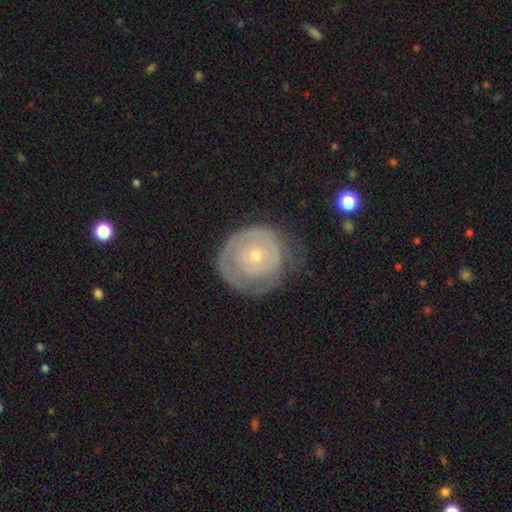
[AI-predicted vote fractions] smooth-or-featured: featured or disk: 62% | smooth: 32% | star or artifact: 6%
  disk-edge-on: no: 97% | yes: 3%
    bar: no: 87% | weak: 11% | strong: 2%
    has-spiral-arms: yes: 58% | no: 42%
    bulge-size: small: 67% | moderate: 29% | large: 2% | none: 1% | dominant: 1%
  merging: none: 58% | minor disturbance: 26% | major disturbance: 14% | merger: 2%